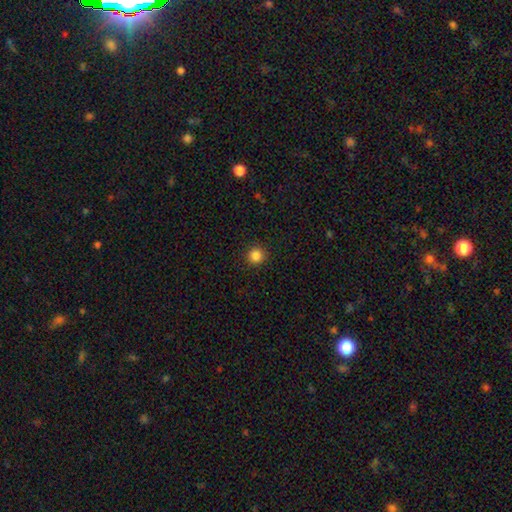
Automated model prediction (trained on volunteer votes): smooth-or-featured: smooth: 85% | star or artifact: 11% | featured or disk: 3%
  how-rounded: round: 95% | in between: 4% | cigar-shaped: 1%
  merging: none: 92% | minor disturbance: 5% | major disturbance: 2% | merger: 1%